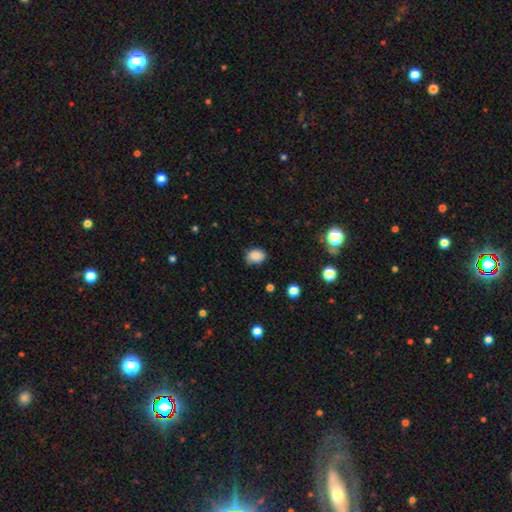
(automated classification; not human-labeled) Smooth or featured: smooth — 85% (star or artifact — 10%)
How rounded: in between — 60% (round — 39%)
Merging: none — 75% (minor disturbance — 20%)